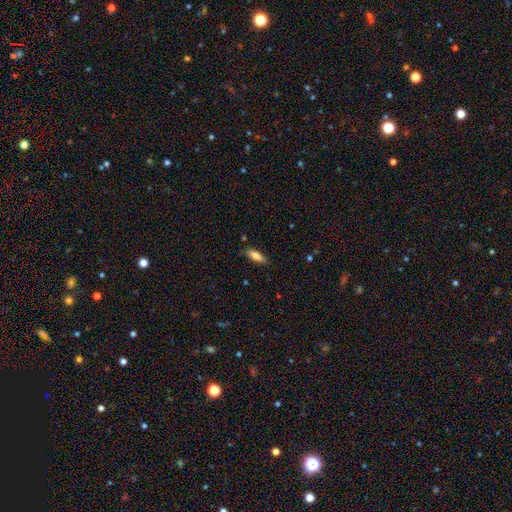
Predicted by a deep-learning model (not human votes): Overall: smooth (81%). How rounded: in between (63%; cigar-shaped 35%). Merging: none (81%).